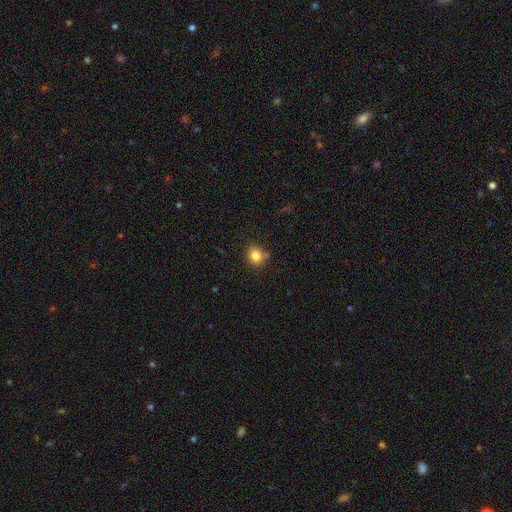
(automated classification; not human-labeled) smooth 83%, star or artifact 11%, featured or disk 6%. Down the decision tree: how rounded — round (76%); merging — none (76%).